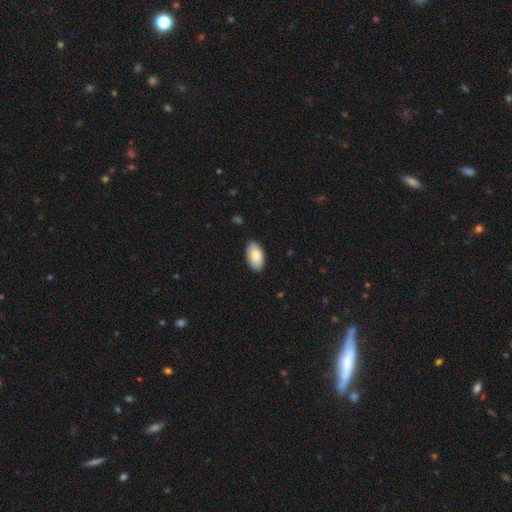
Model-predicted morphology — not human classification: Overall: smooth (83%). How rounded: in between (96%). Merging: none (88%).